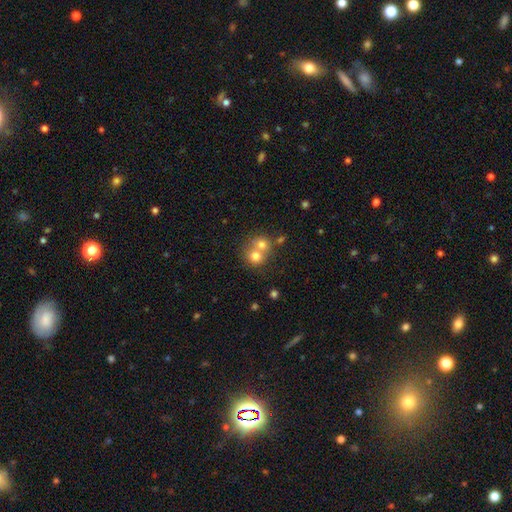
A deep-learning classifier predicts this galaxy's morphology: A smooth galaxy with no disk features (71%) that is round (81%). Merging: merger (61%).